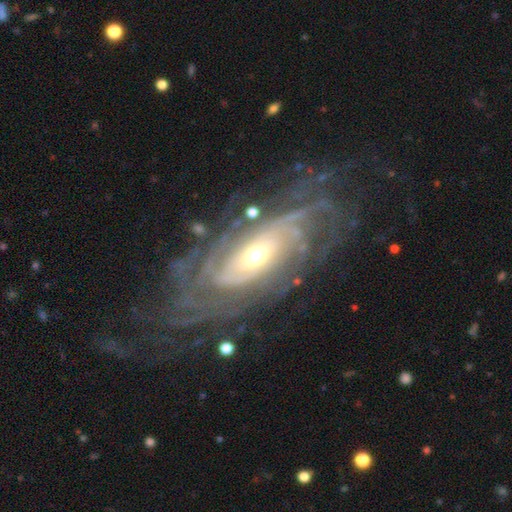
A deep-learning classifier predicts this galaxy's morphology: This appears to be a featured or disk galaxy (88%) with no bar (64%), tight (73%) spiral arms (95%) and a moderate central bulge (51%). Merging: none (70%).